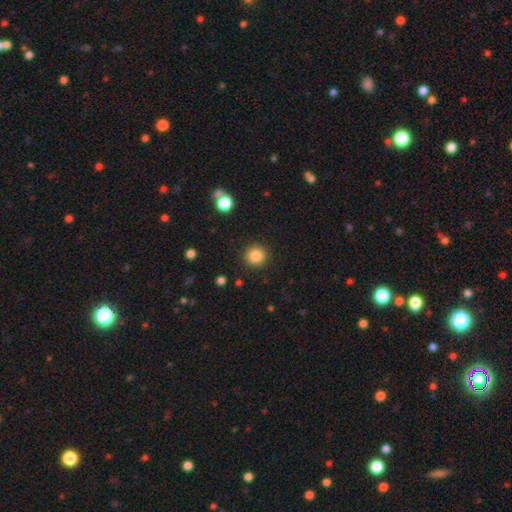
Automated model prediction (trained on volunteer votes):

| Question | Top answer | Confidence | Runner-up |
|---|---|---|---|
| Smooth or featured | smooth | 85% | star or artifact (10%) |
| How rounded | round | 94% | in between (5%) |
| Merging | none | 91% | minor disturbance (6%) |